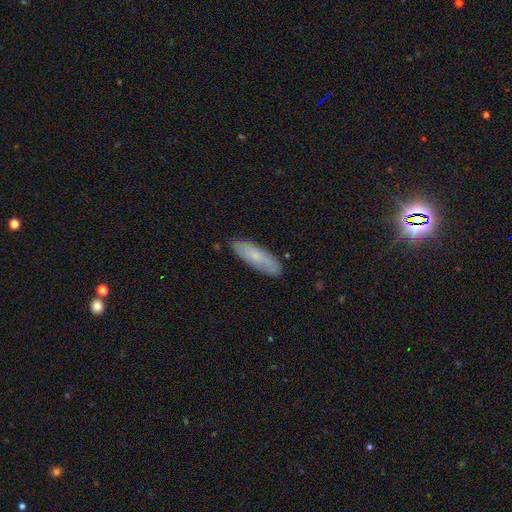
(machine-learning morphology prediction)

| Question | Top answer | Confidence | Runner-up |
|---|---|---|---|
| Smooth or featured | smooth | 62% | featured or disk (32%) |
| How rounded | cigar-shaped | 50% | in between (48%) |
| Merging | none | 82% | minor disturbance (14%) |